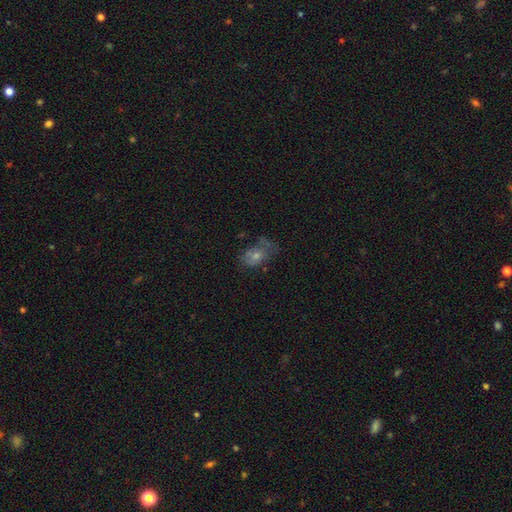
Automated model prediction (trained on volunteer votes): Morphology: type=smooth (40%, tied with featured or disk); merging=none (53%).